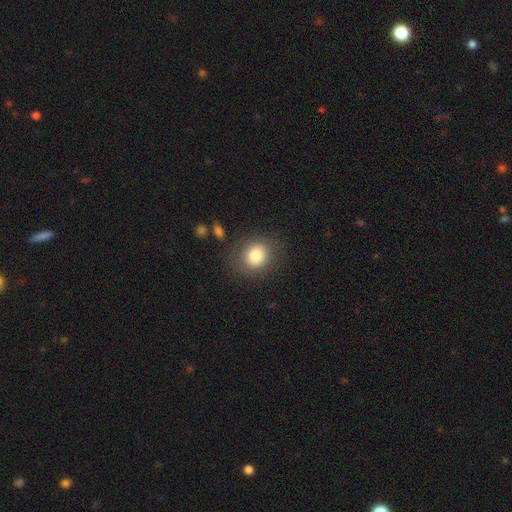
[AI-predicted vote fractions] Q: Smooth or featured?
A: smooth (82%); runner-up: star or artifact (10%)
Q: How rounded?
A: round (71%); runner-up: in between (29%)
Q: Merging?
A: none (82%); runner-up: minor disturbance (11%)